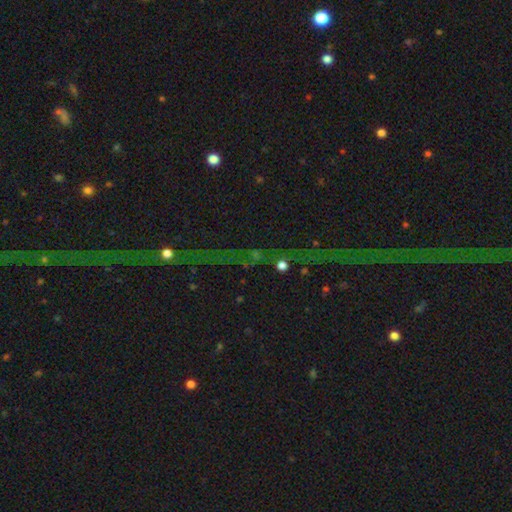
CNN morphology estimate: Smooth or featured?
  - star or artifact: 81% *
  - featured or disk: 11%
  - smooth: 8%